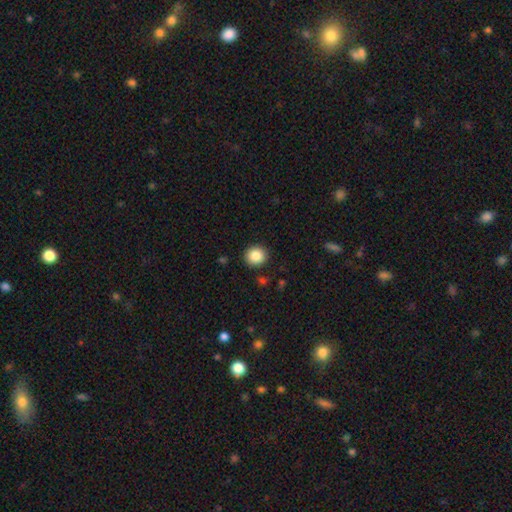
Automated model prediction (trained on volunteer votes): Smooth or featured? Predicted: smooth (p=0.86). How rounded? Predicted: round (p=0.90). Merging? Predicted: none (p=0.91).